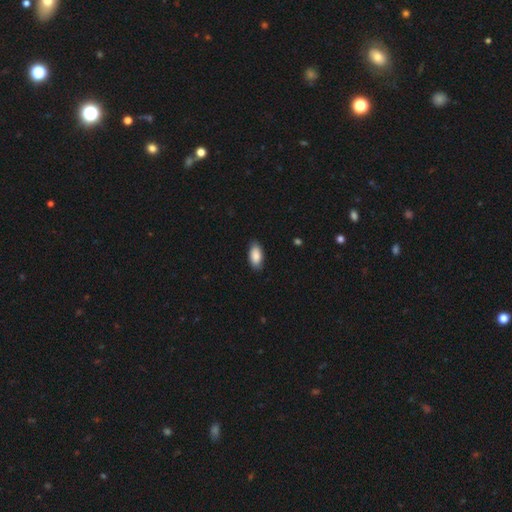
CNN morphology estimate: Smooth or featured?
  - smooth: 87% *
  - featured or disk: 7%
  - star or artifact: 6%
How rounded?
  - in between: 92% *
  - cigar-shaped: 5%
  - round: 3%
Merging?
  - none: 83% *
  - minor disturbance: 13%
  - major disturbance: 2%
  - merger: 1%